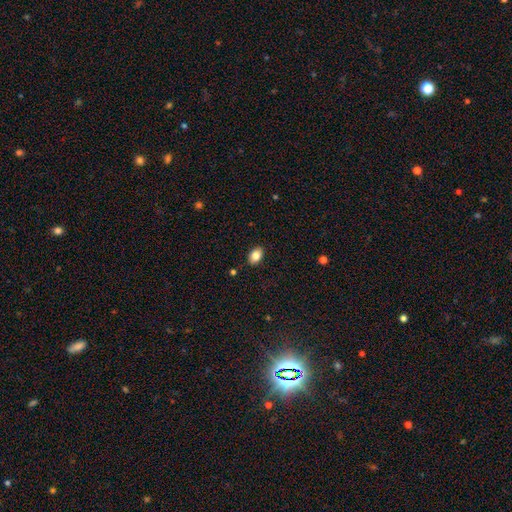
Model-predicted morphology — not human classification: A smooth galaxy with no disk features (84%) that is in between round and cigar-shaped (87%).

Vote fractions:
- Smooth or featured? smooth: 84% / star or artifact: 8% / featured or disk: 8%
- How rounded? in between: 87% / round: 11% / cigar-shaped: 1%
- Merging? none: 88% / minor disturbance: 9% / major disturbance: 2% / merger: 1%